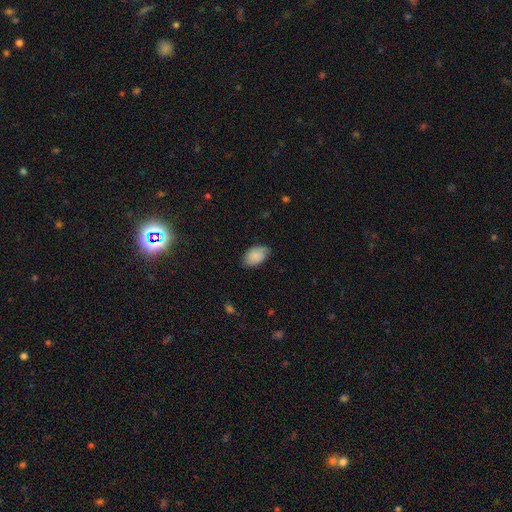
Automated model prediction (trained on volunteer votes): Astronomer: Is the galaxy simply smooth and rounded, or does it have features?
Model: smooth — 85%.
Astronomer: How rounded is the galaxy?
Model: in between — 92%.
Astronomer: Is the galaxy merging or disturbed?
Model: none — 73%.